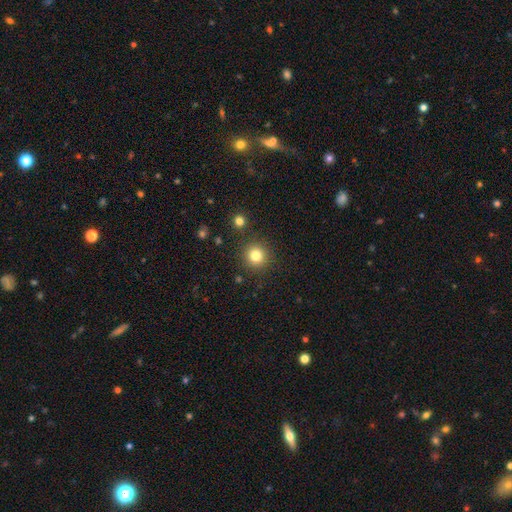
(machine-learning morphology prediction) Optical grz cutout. It shows a smooth galaxy with no disk features (81%) that is round (94%). Merging: none (89%).